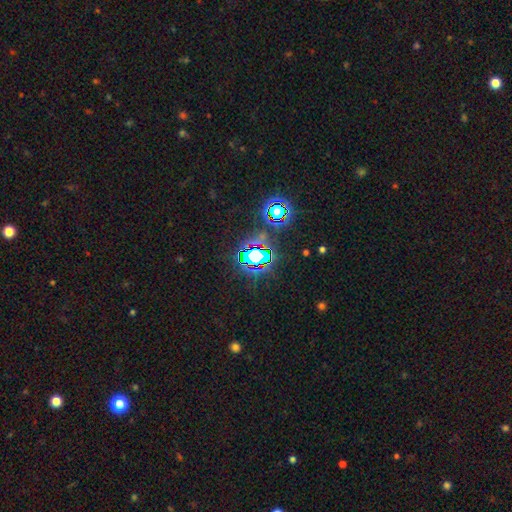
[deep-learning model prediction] A star or artifact, not a galaxy (74%).